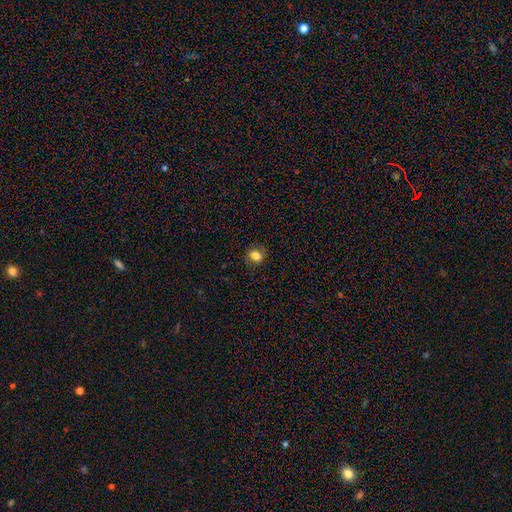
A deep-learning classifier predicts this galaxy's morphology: Smooth or featured?
  - smooth: 81% *
  - star or artifact: 12%
  - featured or disk: 8%
How rounded?
  - round: 63% *
  - in between: 36%
  - cigar-shaped: 1%
Merging?
  - none: 84% *
  - minor disturbance: 12%
  - major disturbance: 4%
  - merger: 1%